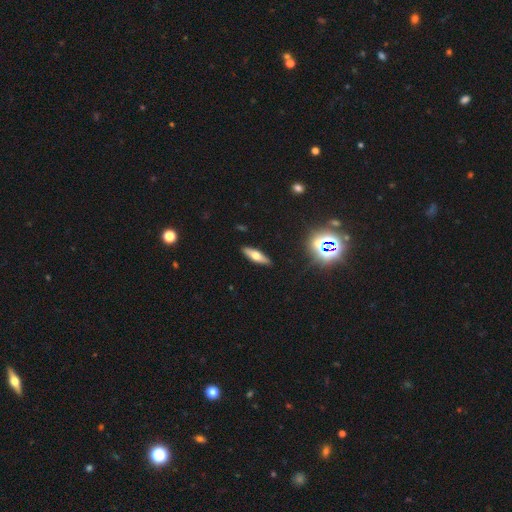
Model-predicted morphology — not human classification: Overall: smooth (50%; featured or disk 40%). How rounded: cigar-shaped (58%; in between 39%). Merging: none (89%).